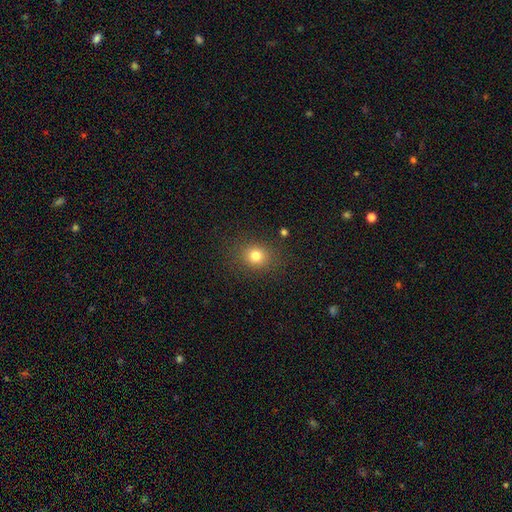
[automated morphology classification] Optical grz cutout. It shows a smooth galaxy with no disk features (79%) that is round (74%). Merging: none (86%).